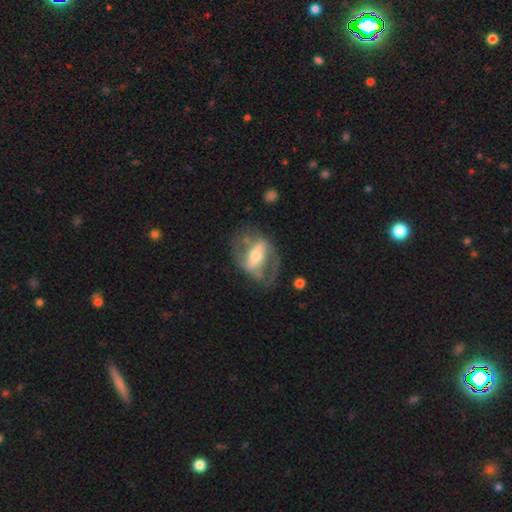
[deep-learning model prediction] featured or disk 81%, smooth 14%, star or artifact 5%. Down the decision tree: edge-on disk — no (92%); bar — strong (66%); spiral arms — yes (78%); spiral arm count — 2 (83%); spiral winding — medium (47%); bulge size — moderate (58%); merging — none (62%).